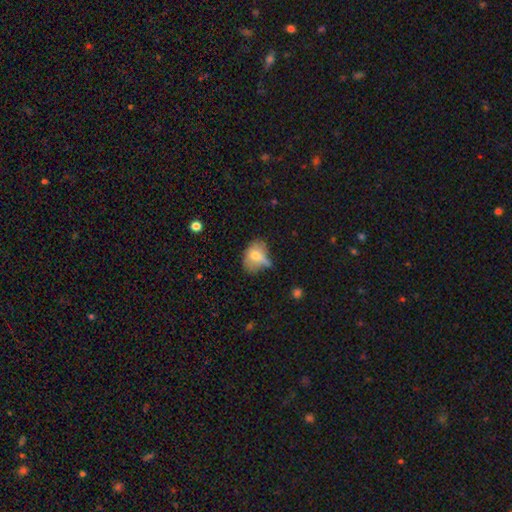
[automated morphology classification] type=smooth (65%); roundness=in between (68%); merging=none (37%).